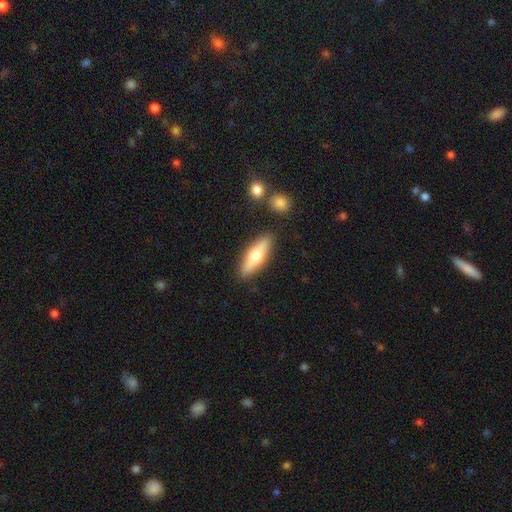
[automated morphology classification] Smooth or featured? Predicted: smooth (p=0.53). How rounded? Predicted: cigar-shaped (p=0.58). Merging? Predicted: none (p=0.86).